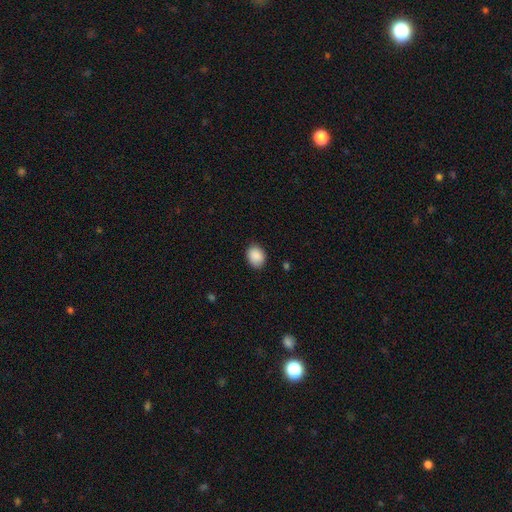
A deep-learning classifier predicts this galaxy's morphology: A smooth galaxy with no disk features (89%) that is in between round and cigar-shaped (57%).

Vote fractions:
- Smooth or featured? smooth: 89% / star or artifact: 8% / featured or disk: 3%
- How rounded? in between: 57% / round: 42% / cigar-shaped: 1%
- Merging? none: 85% / minor disturbance: 12% / major disturbance: 3% / merger: 1%